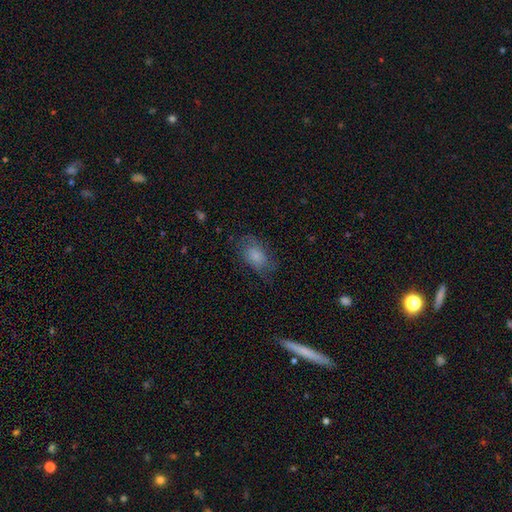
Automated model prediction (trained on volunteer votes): This appears to be a smooth galaxy with no disk features (62%) that is in between round and cigar-shaped (86%). Merging: none (63%).